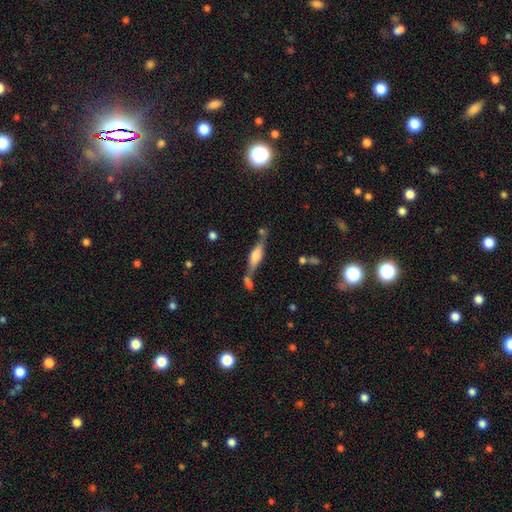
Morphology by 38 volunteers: Overall: featured or disk (58%; smooth 42%). Edge-on disk: yes (91%). Edge-on bulge: rounded (75%). Merging: none (61%).